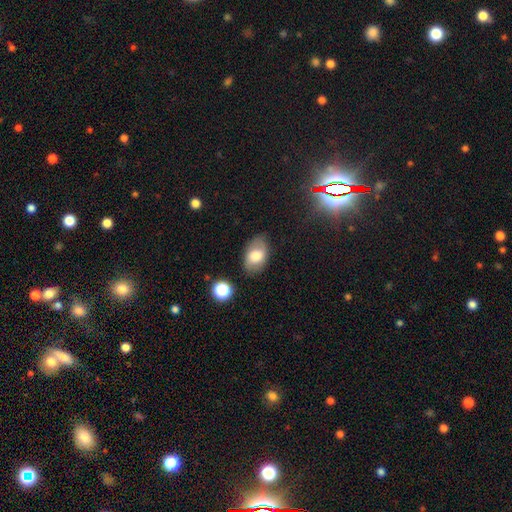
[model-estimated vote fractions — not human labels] Smooth or featured: smooth — 71% (featured or disk — 21%)
How rounded: in between — 90% (round — 9%)
Merging: none — 78% (minor disturbance — 16%)